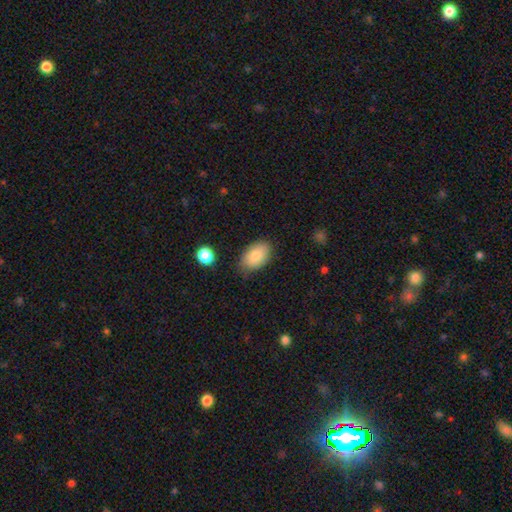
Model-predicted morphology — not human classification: Overall: smooth (84%). How rounded: in between (92%). Merging: none (75%).